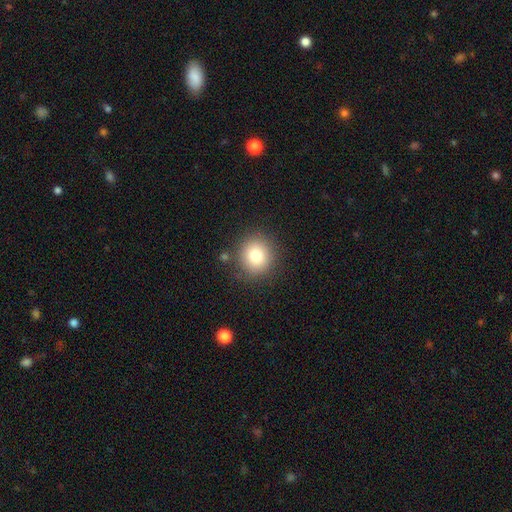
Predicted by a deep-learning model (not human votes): Smooth or featured?
  - smooth: 83% *
  - star or artifact: 10%
  - featured or disk: 7%
How rounded?
  - round: 83% *
  - in between: 16%
  - cigar-shaped: 1%
Merging?
  - none: 85% *
  - minor disturbance: 9%
  - major disturbance: 3%
  - merger: 3%